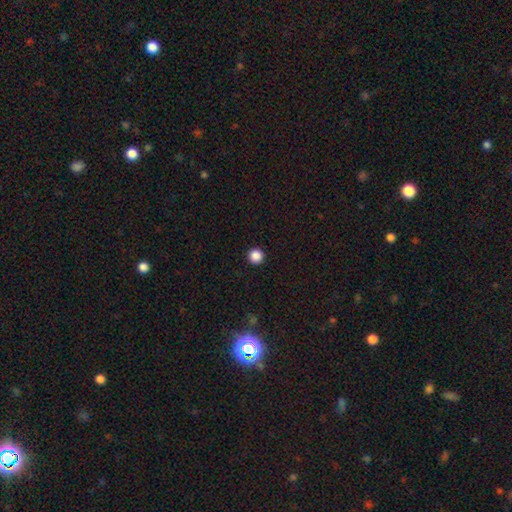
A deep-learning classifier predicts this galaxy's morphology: Smooth or featured: smooth — 87% (star or artifact — 10%)
How rounded: round — 96% (in between — 3%)
Merging: none — 94% (minor disturbance — 4%)